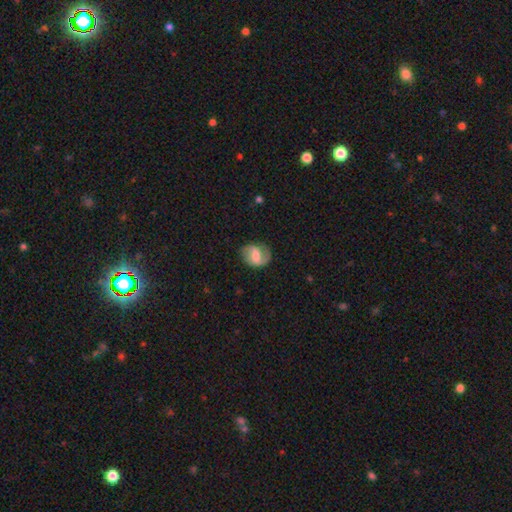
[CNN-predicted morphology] Smooth or featured: featured or disk — 62% (smooth — 31%)
Edge-on disk: no — 97% (yes — 3%)
Bar: weak — 51% (strong — 28%)
Spiral arms: yes — 89% (no — 11%)
Spiral winding: medium — 44% (loose — 36%)
Spiral arm count: 2 — 76% (1 — 15%)
Bulge size: moderate — 43% (small — 30%)
Merging: none — 70% (minor disturbance — 20%)